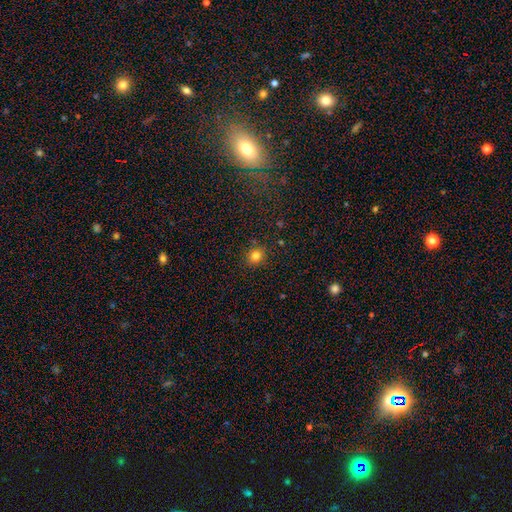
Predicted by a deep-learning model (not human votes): Smooth or featured: smooth — 80% (star or artifact — 14%)
How rounded: round — 79% (in between — 20%)
Merging: none — 86% (minor disturbance — 9%)